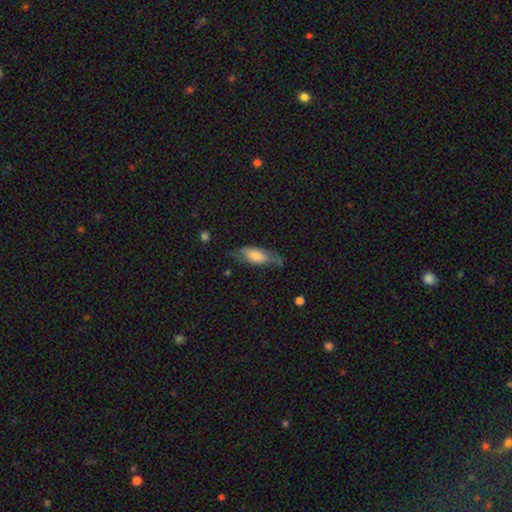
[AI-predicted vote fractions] The model was most divided on "smooth or featured": smooth: 59%, featured or disk: 35%, star or artifact: 6%. More confident: how rounded — in between (70%); merging — none (61%).